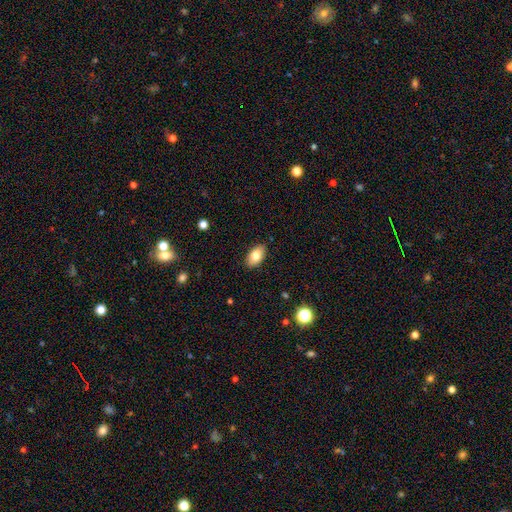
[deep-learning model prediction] Smooth or featured?
  - smooth: 80% *
  - featured or disk: 12%
  - star or artifact: 7%
How rounded?
  - in between: 93% *
  - round: 6%
  - cigar-shaped: 2%
Merging?
  - none: 88% *
  - minor disturbance: 10%
  - major disturbance: 2%
  - merger: 1%